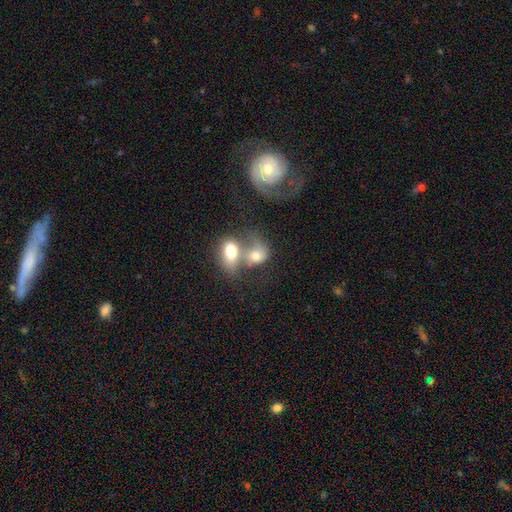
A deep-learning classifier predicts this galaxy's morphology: A smooth galaxy with no disk features (66%) that is in between round and cigar-shaped (66%).

Vote fractions:
- Smooth or featured? smooth: 66% / featured or disk: 24% / star or artifact: 10%
- How rounded? in between: 66% / round: 32% / cigar-shaped: 2%
- Merging? merger: 71% / none: 14% / major disturbance: 9% / minor disturbance: 6%